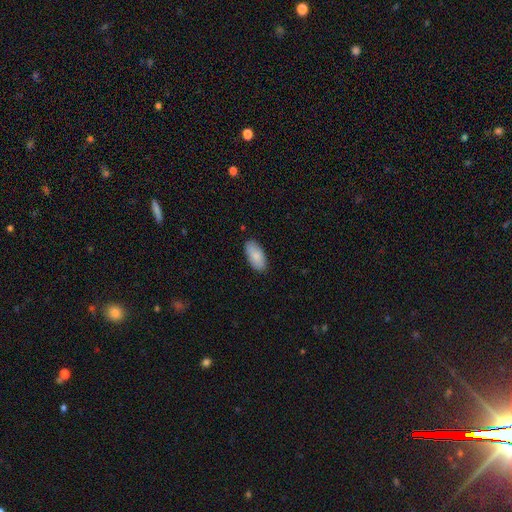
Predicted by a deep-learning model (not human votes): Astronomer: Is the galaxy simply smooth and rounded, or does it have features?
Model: smooth — 86%.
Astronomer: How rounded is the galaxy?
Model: in between — 94%.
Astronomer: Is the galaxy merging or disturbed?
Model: none — 86%.